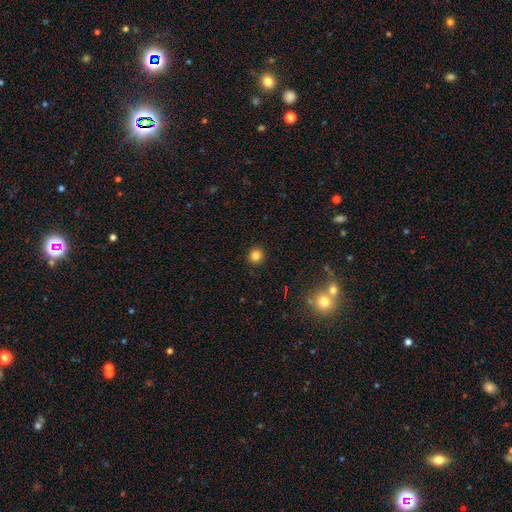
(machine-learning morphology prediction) Smooth or featured? Predicted: smooth (p=0.82). How rounded? Predicted: round (p=0.94). Merging? Predicted: none (p=0.92).